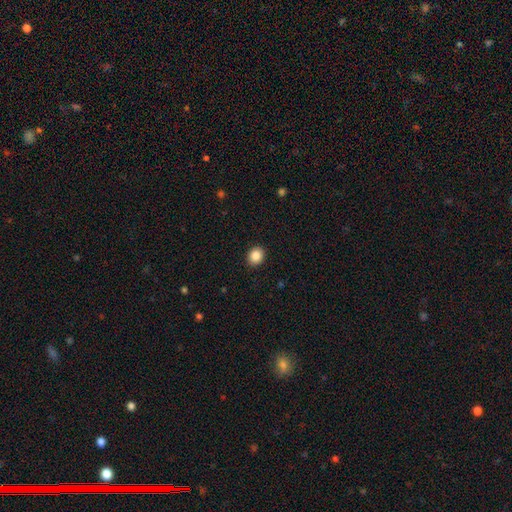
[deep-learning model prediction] smooth 87%, star or artifact 9%, featured or disk 4%. Down the decision tree: how rounded — round (67%); merging — none (91%).